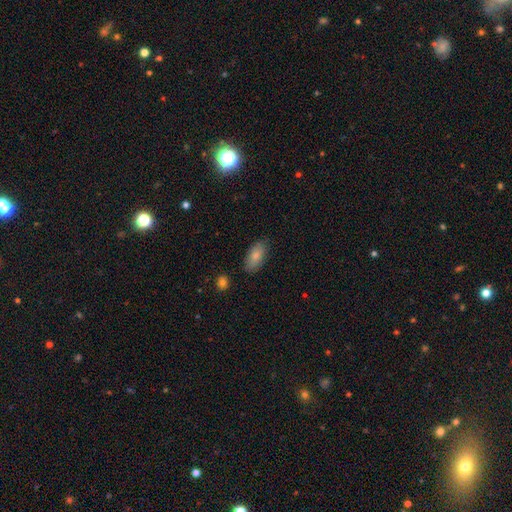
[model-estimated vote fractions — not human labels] Overall: smooth (84%). How rounded: in between (90%). Merging: none (84%).